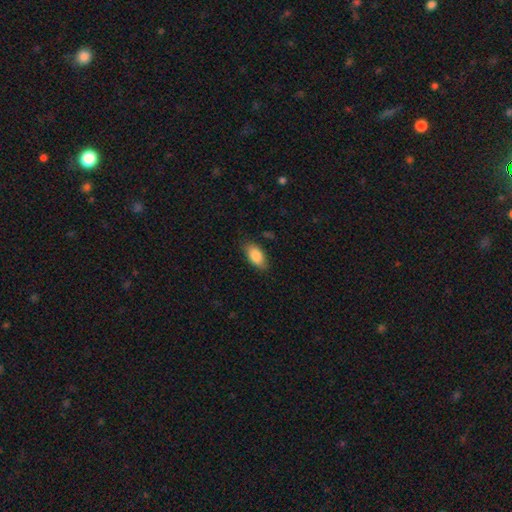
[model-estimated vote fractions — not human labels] Smooth or featured? Predicted: smooth (p=0.86). How rounded? Predicted: in between (p=0.91). Merging? Predicted: none (p=0.82).